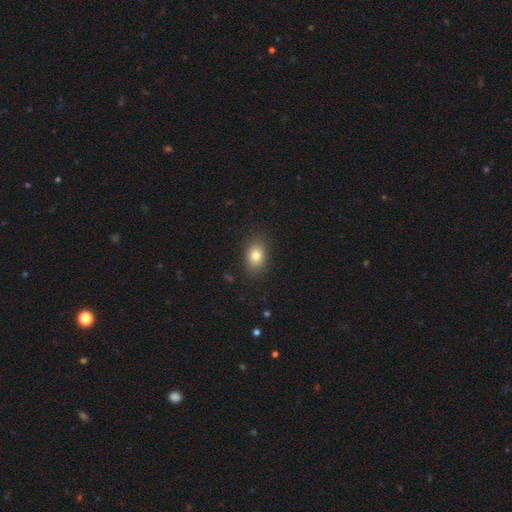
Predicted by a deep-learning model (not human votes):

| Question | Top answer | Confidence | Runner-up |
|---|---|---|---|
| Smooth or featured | smooth | 81% | star or artifact (10%) |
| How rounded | in between | 73% | round (25%) |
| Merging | none | 86% | minor disturbance (10%) |